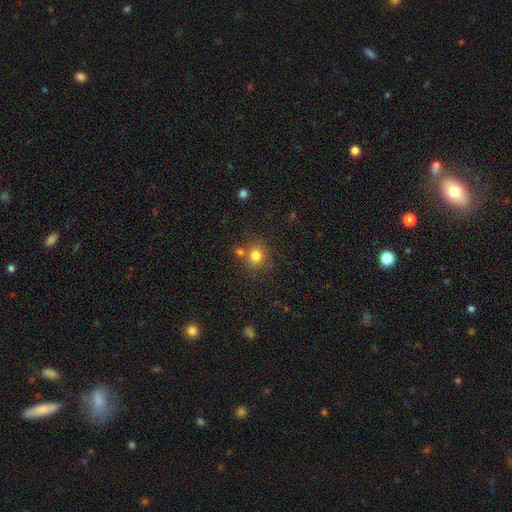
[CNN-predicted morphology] Smooth or featured? smooth (80%)
How rounded? round (85%)
Merging? none (68%)